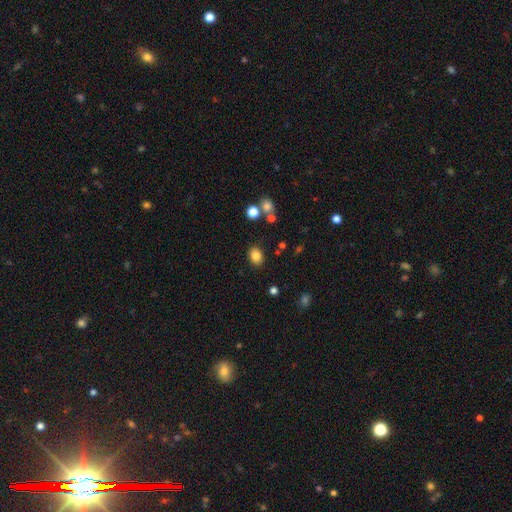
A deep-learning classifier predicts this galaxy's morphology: type=smooth (83%); roundness=in between (62%); merging=none (83%).